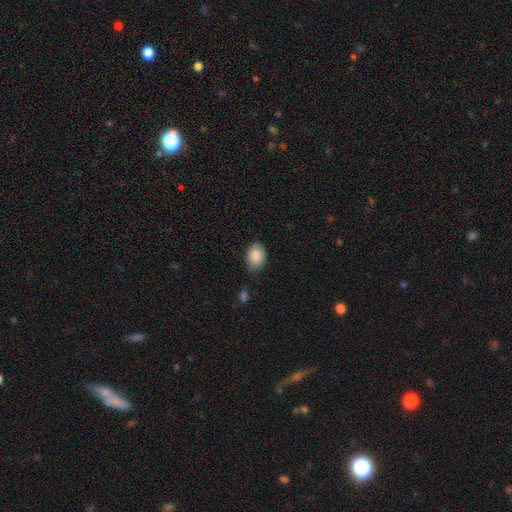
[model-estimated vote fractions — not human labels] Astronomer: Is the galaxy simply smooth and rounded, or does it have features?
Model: smooth — 87%.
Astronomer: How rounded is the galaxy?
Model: in between — 78%.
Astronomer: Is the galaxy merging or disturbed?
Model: none — 73%.